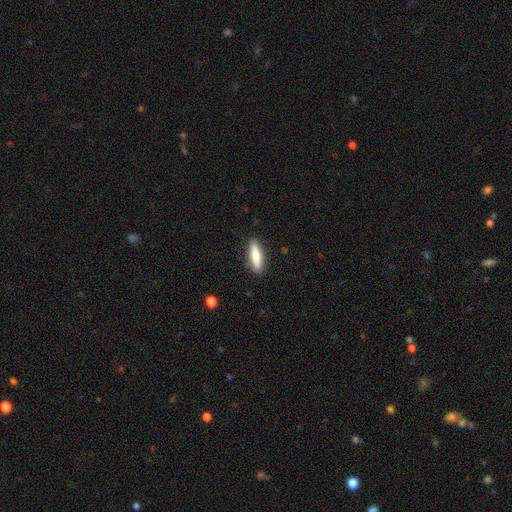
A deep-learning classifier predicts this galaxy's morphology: smooth_or_featured: smooth (p=0.73) [alt: featured or disk p=0.21]
how_rounded: cigar-shaped (p=0.61) [alt: in between p=0.37]
merging: none (p=0.88) [alt: minor disturbance p=0.09]